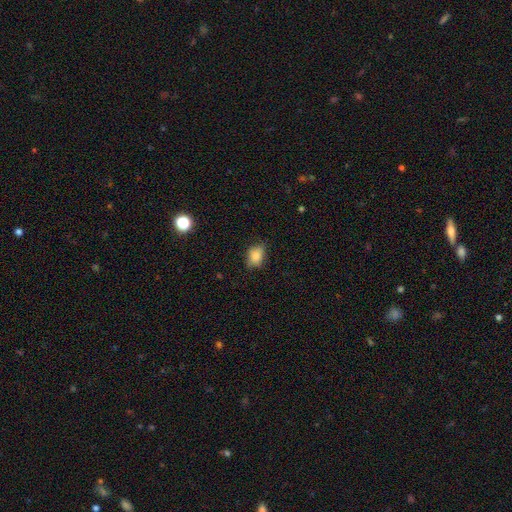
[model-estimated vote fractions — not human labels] smooth_or_featured: smooth (p=0.84) [alt: star or artifact p=0.09]
how_rounded: in between (p=0.71) [alt: round p=0.28]
merging: none (p=0.71) [alt: minor disturbance p=0.23]